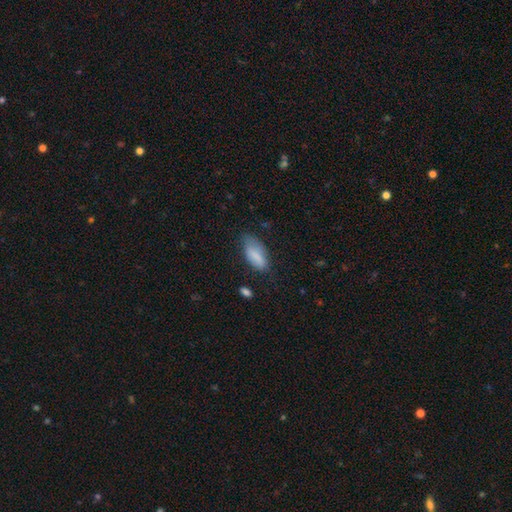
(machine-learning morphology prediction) A smooth galaxy with no disk features (83%) that is in between round and cigar-shaped (88%).

Vote fractions:
- Smooth or featured? smooth: 83% / featured or disk: 10% / star or artifact: 7%
- How rounded? in between: 88% / cigar-shaped: 10% / round: 2%
- Merging? none: 52% / minor disturbance: 35% / major disturbance: 11% / merger: 2%